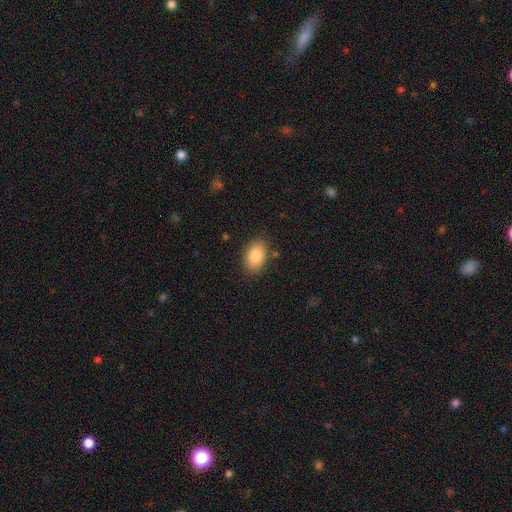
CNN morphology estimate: This is clearly a smooth galaxy (84%). How rounded: clearly in between (86%). Merging: clearly none (85%).